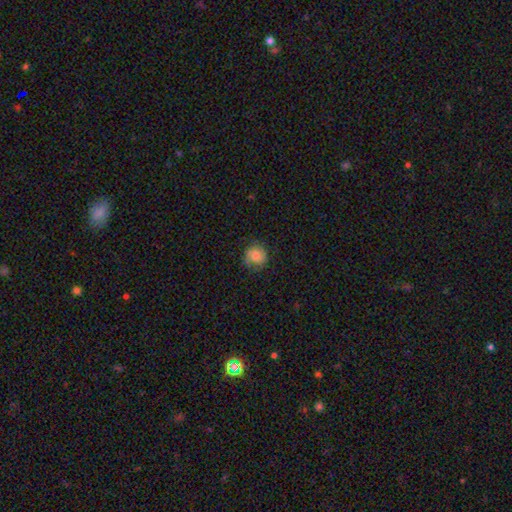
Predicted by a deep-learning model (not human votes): This is likely a smooth galaxy (74%). How rounded: clearly round (86%). Merging: likely none (72%).